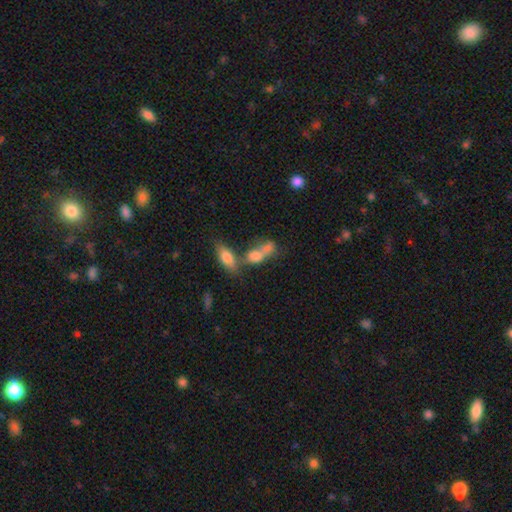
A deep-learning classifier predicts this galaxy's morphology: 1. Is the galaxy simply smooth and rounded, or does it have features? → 72% smooth, 18% featured or disk, 10% star or artifact.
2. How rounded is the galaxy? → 71% in between, 17% round, 12% cigar-shaped.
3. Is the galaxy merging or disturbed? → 60% merger, 23% none, 10% minor disturbance, 8% major disturbance.